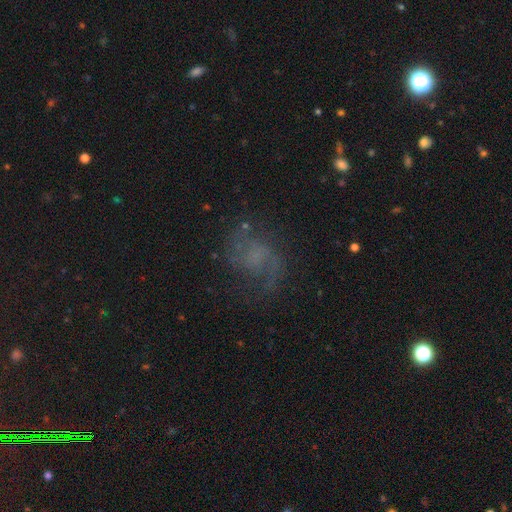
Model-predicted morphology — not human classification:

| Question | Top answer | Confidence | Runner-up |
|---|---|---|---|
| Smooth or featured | featured or disk | 64% | smooth (19%) |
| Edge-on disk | no | 98% | yes (2%) |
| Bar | no | 63% | weak (32%) |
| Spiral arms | yes | 89% | no (11%) |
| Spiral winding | loose | 45% | medium (42%) |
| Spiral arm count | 2 | 77% | can't tell (9%) |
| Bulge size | none | 57% | small (24%) |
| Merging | none | 65% | minor disturbance (18%) |